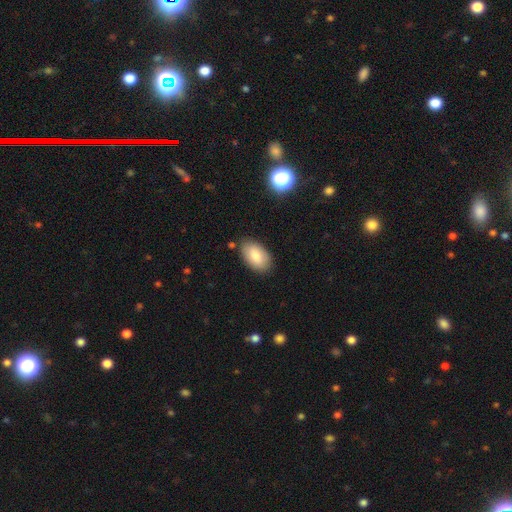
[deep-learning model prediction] Morphology: type=smooth (83%); roundness=in between (94%); merging=none (84%).